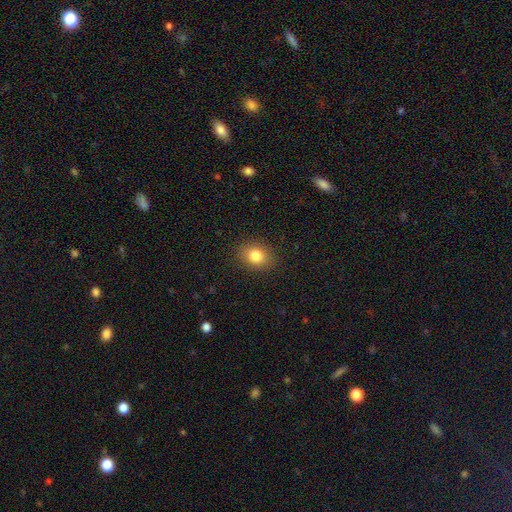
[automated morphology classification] This appears to be a smooth galaxy with no disk features (82%) that is in between round and cigar-shaped (52%). Merging: none (88%).